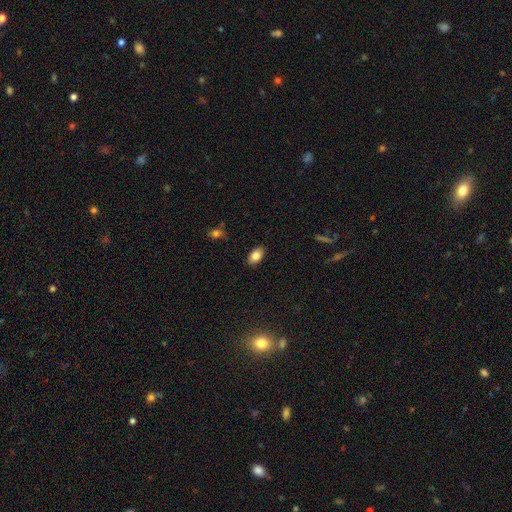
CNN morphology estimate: Q: Smooth or featured?
A: smooth (82%); runner-up: featured or disk (10%)
Q: How rounded?
A: in between (92%); runner-up: round (6%)
Q: Merging?
A: none (88%); runner-up: minor disturbance (9%)